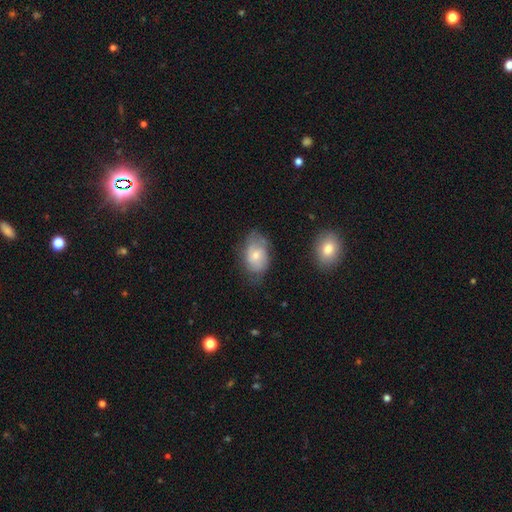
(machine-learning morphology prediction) Overall: smooth (54%; featured or disk 39%). How rounded: in between (82%). Merging: none (60%; minor disturbance 27%).